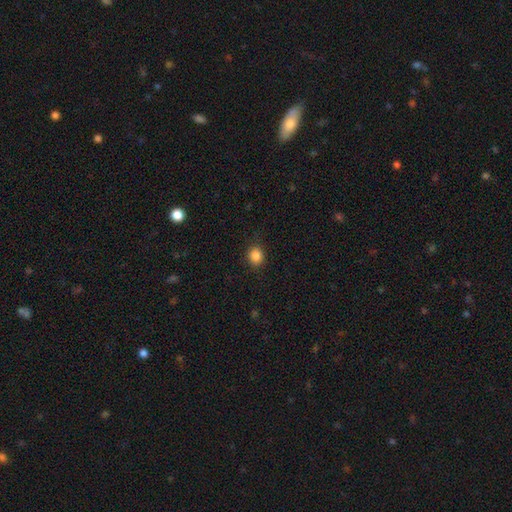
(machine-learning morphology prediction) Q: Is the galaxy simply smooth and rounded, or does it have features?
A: smooth — 86%.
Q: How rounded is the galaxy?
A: round — 74%.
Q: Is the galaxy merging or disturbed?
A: none — 88%.